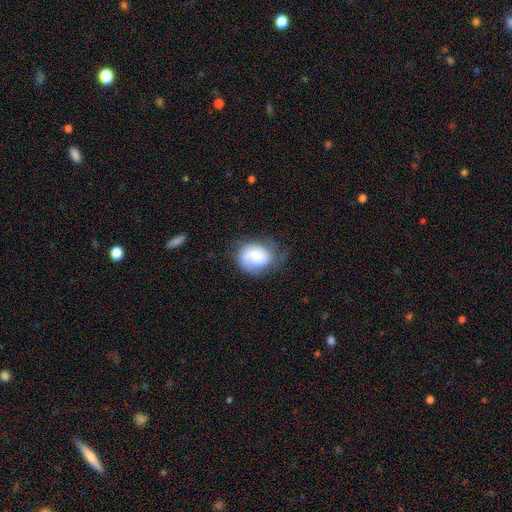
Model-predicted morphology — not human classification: smooth-or-featured: featured or disk: 56% | smooth: 37% | star or artifact: 7%
  disk-edge-on: no: 98% | yes: 2%
    bar: no: 61% | weak: 33% | strong: 6%
    has-spiral-arms: yes: 88% | no: 12%
    bulge-size: small: 45% | moderate: 35% | large: 9% | none: 8% | dominant: 3%
  merging: none: 56% | minor disturbance: 27% | major disturbance: 15% | merger: 2%